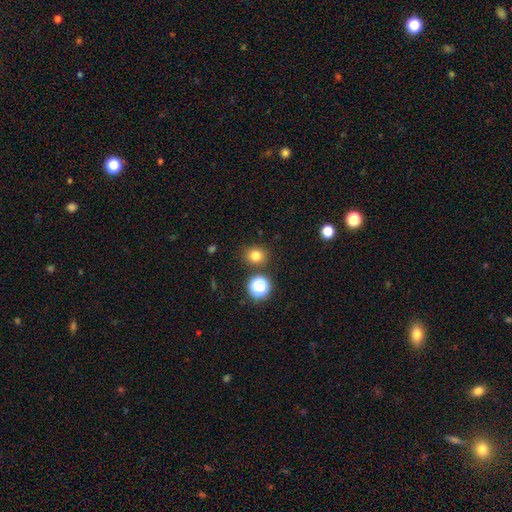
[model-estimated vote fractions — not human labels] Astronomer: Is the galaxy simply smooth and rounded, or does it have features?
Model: smooth — 77%.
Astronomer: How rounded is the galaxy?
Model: round — 74%.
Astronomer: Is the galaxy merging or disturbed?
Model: none — 85%.